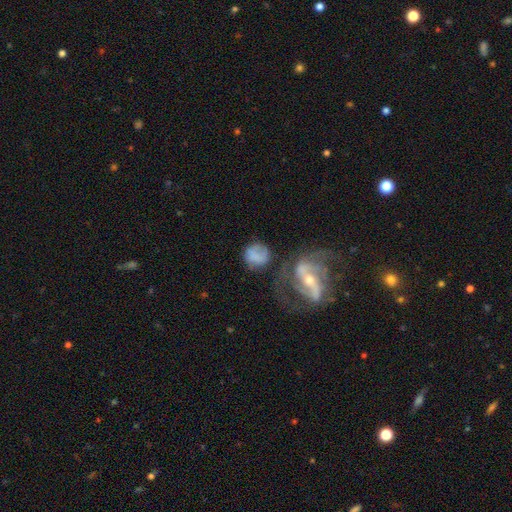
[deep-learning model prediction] Overall: smooth (55%; featured or disk 35%). How rounded: round (74%). Merging: none (44%; minor disturbance 22%).